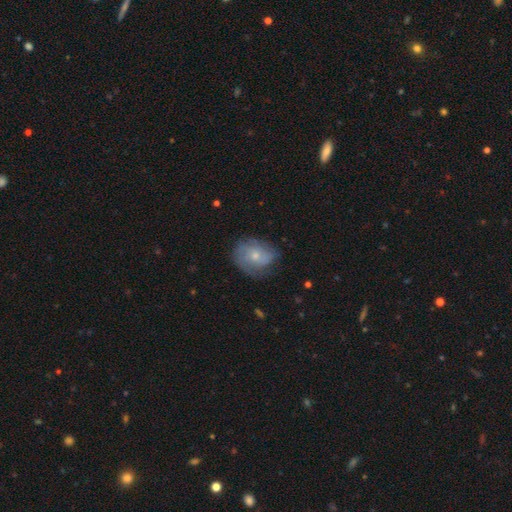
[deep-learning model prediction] smooth_or_featured: featured or disk (p=0.49) [alt: smooth p=0.43]
merging: none (p=0.66) [alt: minor disturbance p=0.24]